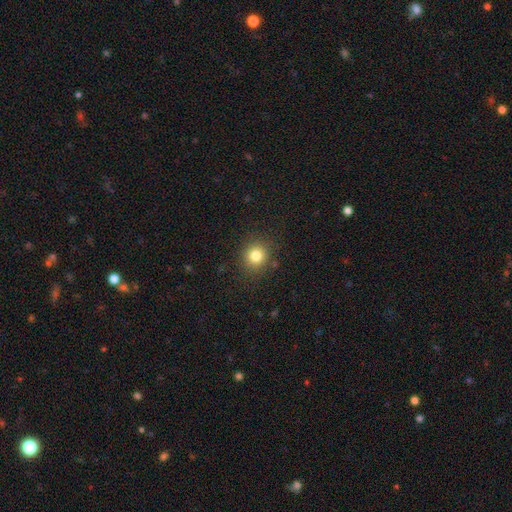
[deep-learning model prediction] smooth-or-featured: smooth: 81% | star or artifact: 12% | featured or disk: 7%
  how-rounded: round: 90% | in between: 10% | cigar-shaped: 1%
  merging: none: 87% | minor disturbance: 8% | major disturbance: 3% | merger: 2%